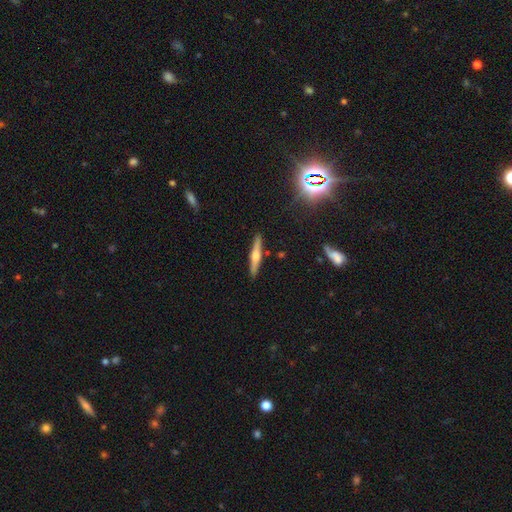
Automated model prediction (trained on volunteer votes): A featured or disk galaxy (58%) viewed edge-on (97%) with a rounded central bulge (85%).

Vote fractions:
- Smooth or featured? featured or disk: 58% / smooth: 34% / star or artifact: 7%
- Edge-on disk? yes: 97% / no: 3%
- Edge-on bulge? rounded: 85% / boxy: 9% / none: 6%
- Merging? none: 89% / minor disturbance: 7% / merger: 2% / major disturbance: 2%